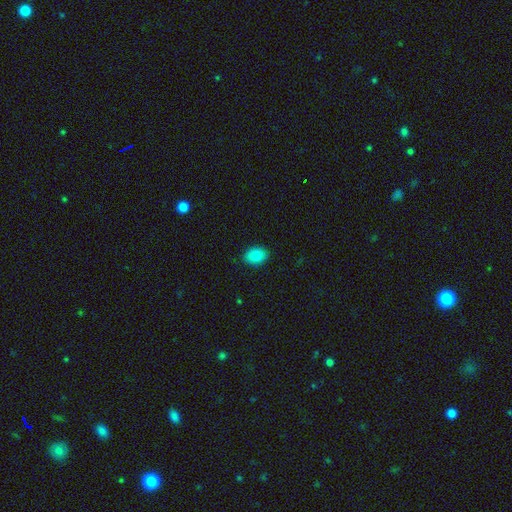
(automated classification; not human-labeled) This is clearly a smooth galaxy (84%). How rounded: likely in between (76%). Merging: clearly none (89%).